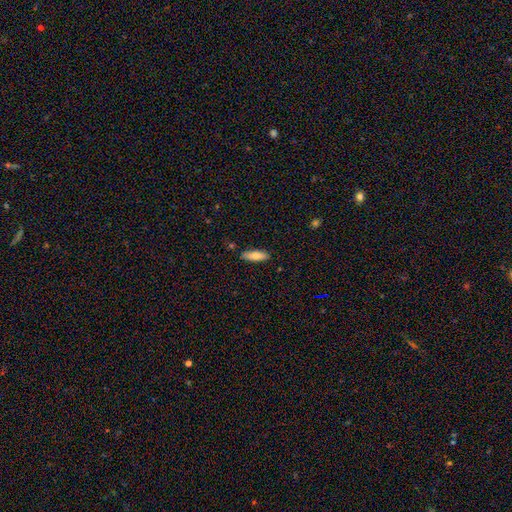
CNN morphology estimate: A smooth galaxy with no disk features (80%) that is in between round and cigar-shaped (54%).

Vote fractions:
- Smooth or featured? smooth: 80% / featured or disk: 14% / star or artifact: 6%
- How rounded? in between: 54% / cigar-shaped: 44% / round: 2%
- Merging? none: 86% / minor disturbance: 10% / major disturbance: 2% / merger: 2%